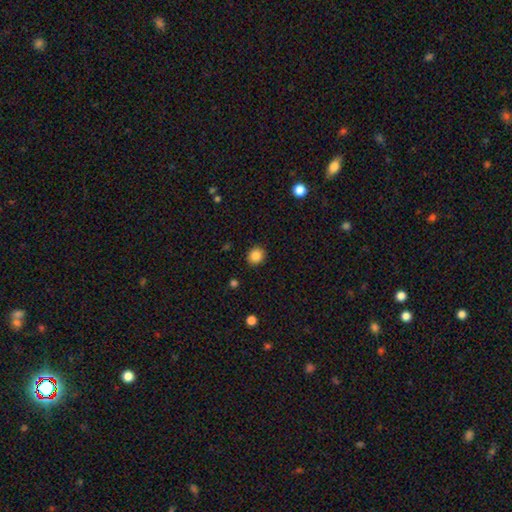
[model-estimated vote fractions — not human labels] Smooth or featured? Predicted: smooth (p=0.85). How rounded? Predicted: round (p=0.79). Merging? Predicted: none (p=0.90).